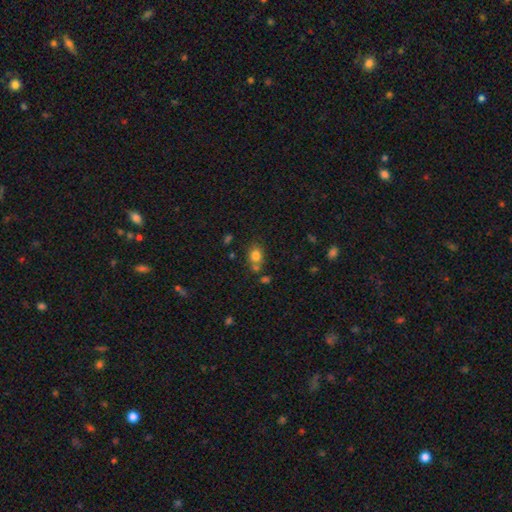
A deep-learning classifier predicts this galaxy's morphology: Overall: smooth (79%). How rounded: in between (50%; round 49%). Merging: none (59%; merger 21%).